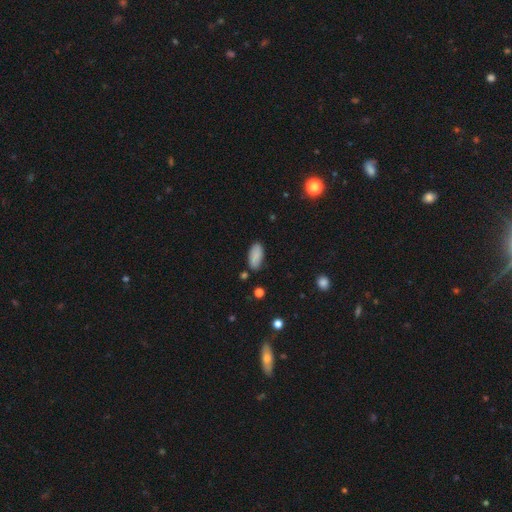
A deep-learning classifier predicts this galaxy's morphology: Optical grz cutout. It shows a smooth galaxy with no disk features (87%) that is in between round and cigar-shaped (90%). Merging: none (80%).